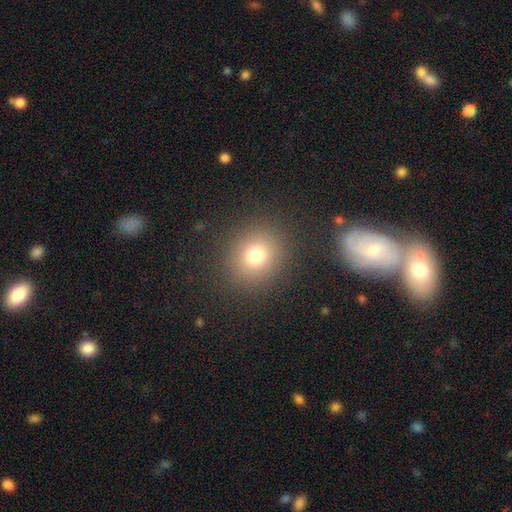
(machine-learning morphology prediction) A smooth galaxy with no disk features (75%) that is round (81%). Merging: none (88%).